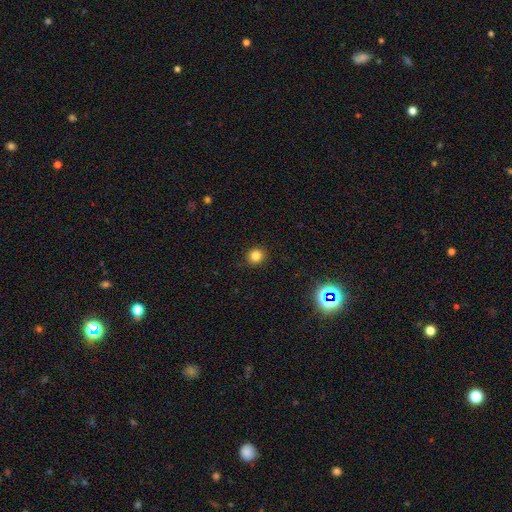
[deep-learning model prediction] Smooth or featured: smooth — 81% (star or artifact — 14%)
How rounded: round — 88% (in between — 11%)
Merging: none — 91% (minor disturbance — 6%)